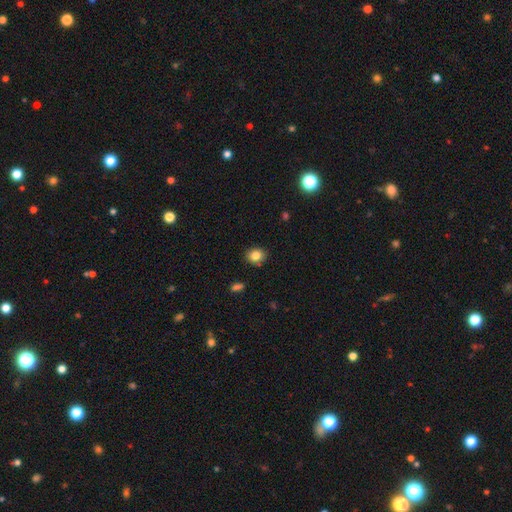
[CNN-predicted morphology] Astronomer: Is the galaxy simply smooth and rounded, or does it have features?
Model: smooth — 83%.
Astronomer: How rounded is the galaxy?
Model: round — 64%.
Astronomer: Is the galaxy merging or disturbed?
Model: none — 87%.